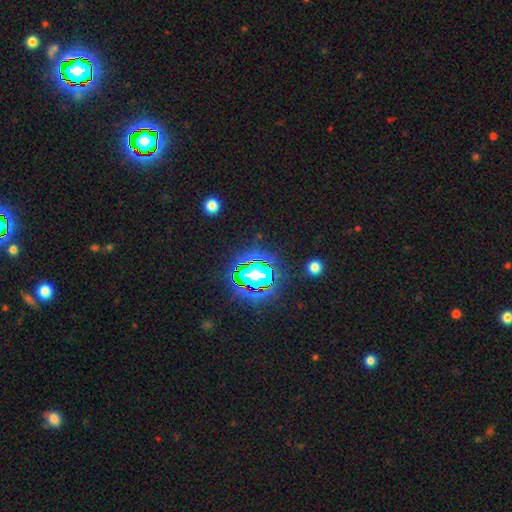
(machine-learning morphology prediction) Overall: star or artifact (83%).